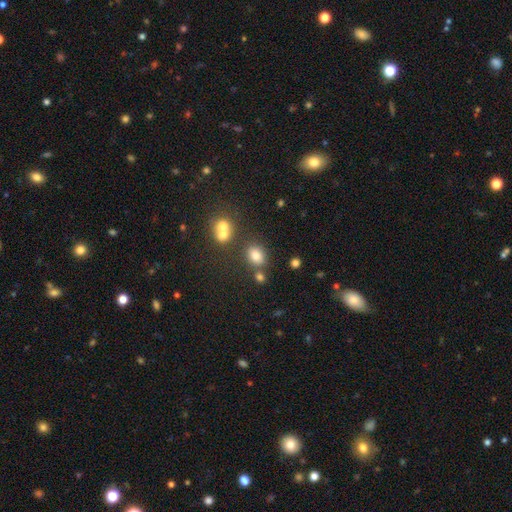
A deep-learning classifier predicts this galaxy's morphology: Smooth or featured: smooth — 78% (star or artifact — 14%)
How rounded: in between — 55% (round — 44%)
Merging: none — 69% (merger — 16%)